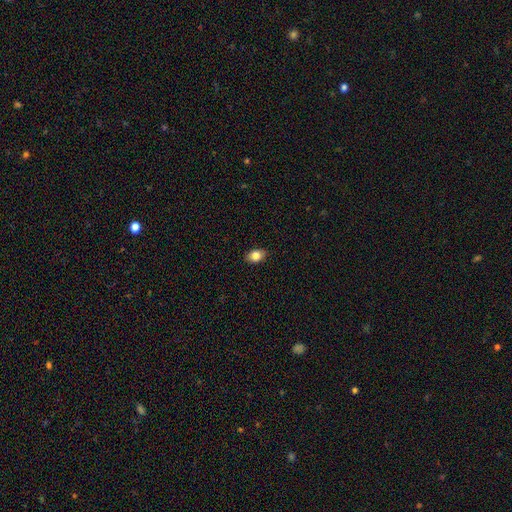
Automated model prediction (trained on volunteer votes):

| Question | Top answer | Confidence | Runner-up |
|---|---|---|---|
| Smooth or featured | smooth | 82% | featured or disk (9%) |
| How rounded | in between | 80% | round (19%) |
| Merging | none | 87% | minor disturbance (10%) |